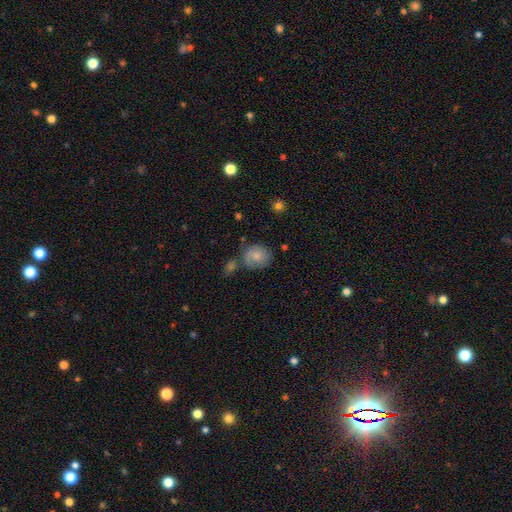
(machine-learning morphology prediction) Smooth or featured? smooth (70%)
How rounded? round (69%)
Merging? none (56%)